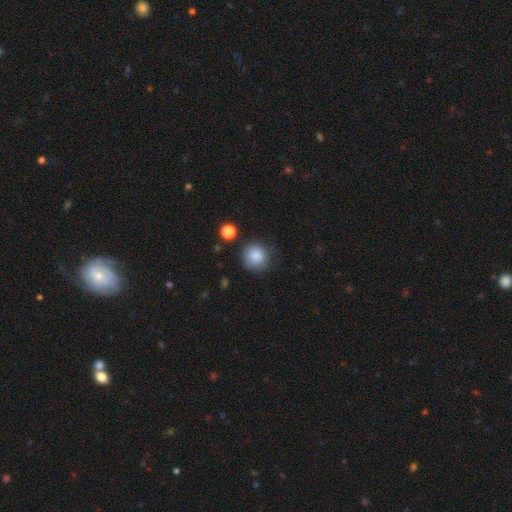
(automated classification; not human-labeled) Q: Smooth or featured?
A: smooth (86%); runner-up: star or artifact (9%)
Q: How rounded?
A: round (91%); runner-up: in between (8%)
Q: Merging?
A: none (78%); runner-up: minor disturbance (15%)